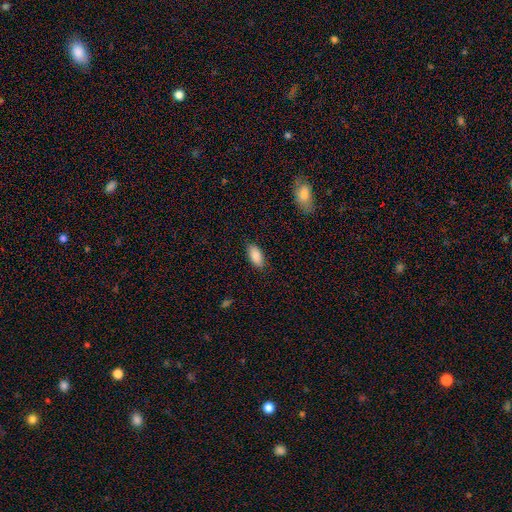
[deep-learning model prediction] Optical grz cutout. It shows a smooth galaxy with no disk features (87%) that is in between round and cigar-shaped (91%). Merging: none (84%).